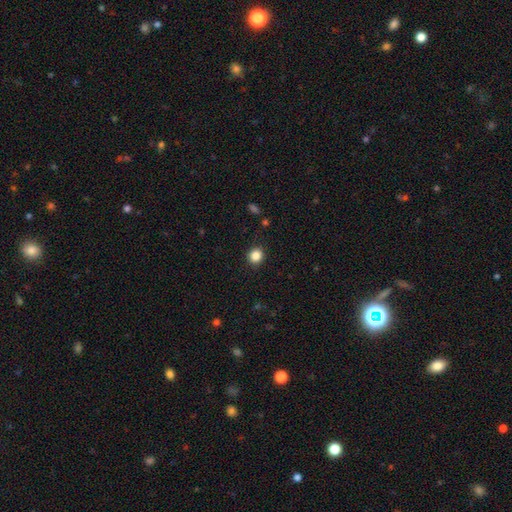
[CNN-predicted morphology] Smooth or featured?
  - smooth: 85% *
  - star or artifact: 11%
  - featured or disk: 4%
How rounded?
  - round: 89% *
  - in between: 10%
  - cigar-shaped: 1%
Merging?
  - none: 91% *
  - minor disturbance: 6%
  - major disturbance: 2%
  - merger: 1%